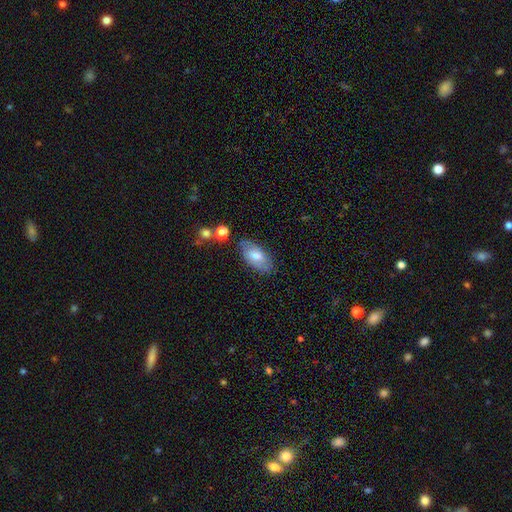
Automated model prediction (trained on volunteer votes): A smooth galaxy with no disk features (64%) that is in between round and cigar-shaped (91%).

Vote fractions:
- Smooth or featured? smooth: 64% / featured or disk: 29% / star or artifact: 7%
- How rounded? in between: 91% / cigar-shaped: 6% / round: 3%
- Merging? none: 76% / minor disturbance: 16% / major disturbance: 4% / merger: 4%